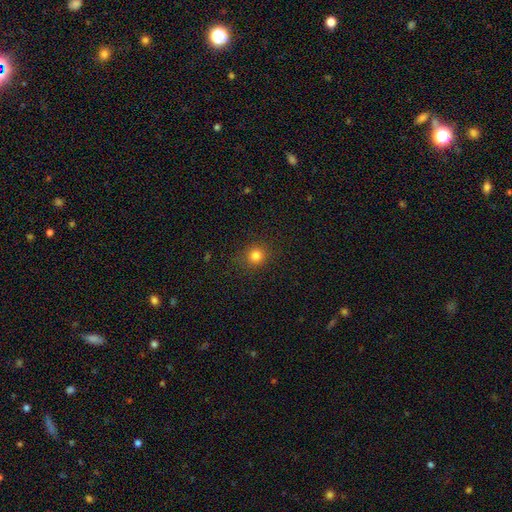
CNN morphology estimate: type=smooth (82%); roundness=round (89%); merging=none (88%).